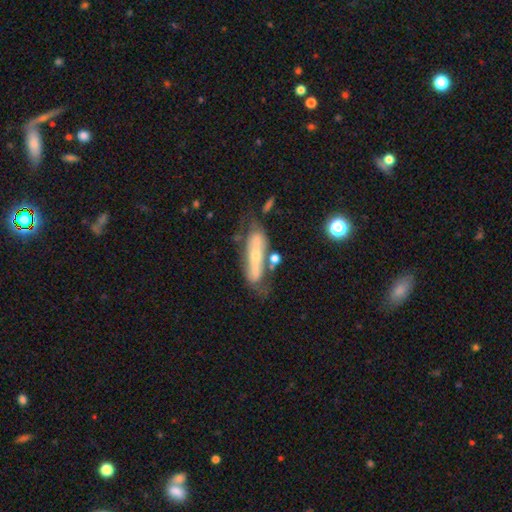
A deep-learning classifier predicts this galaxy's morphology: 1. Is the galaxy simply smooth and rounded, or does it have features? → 65% featured or disk, 28% smooth, 7% star or artifact.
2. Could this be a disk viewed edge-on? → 63% no, 37% yes.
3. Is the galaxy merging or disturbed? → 54% none, 23% minor disturbance, 15% major disturbance, 9% merger.